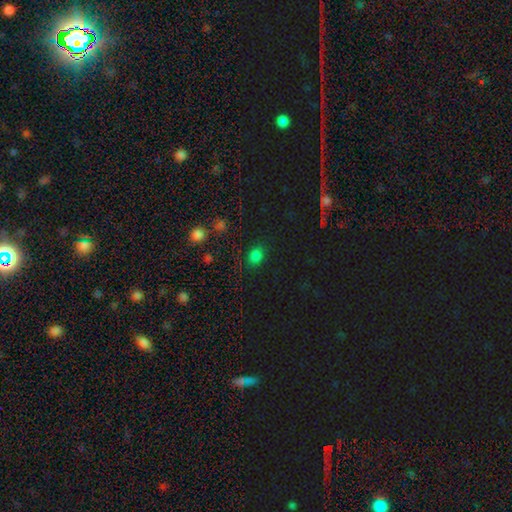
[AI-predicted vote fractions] This is likely a smooth galaxy (72%). How rounded: possibly round (51%). Merging: clearly none (83%).